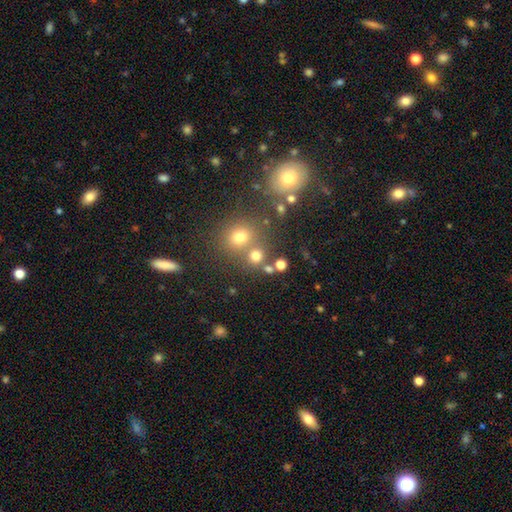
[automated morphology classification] Smooth or featured: smooth — 71% (star or artifact — 20%)
How rounded: round — 84% (in between — 14%)
Merging: none — 61% (merger — 27%)